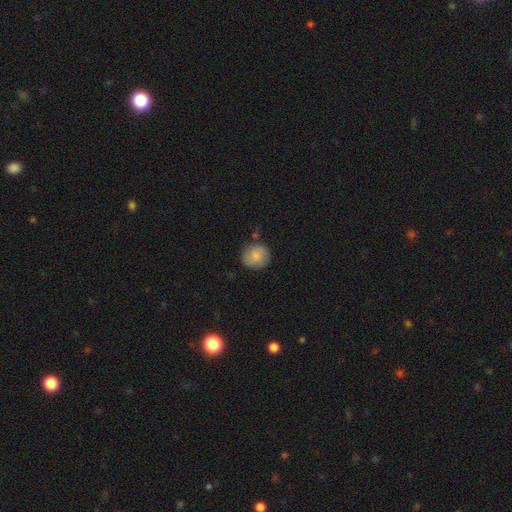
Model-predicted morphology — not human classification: smooth-or-featured: smooth: 81% | featured or disk: 12% | star or artifact: 7%
  how-rounded: round: 86% | in between: 13% | cigar-shaped: 1%
  merging: none: 78% | minor disturbance: 15% | merger: 4% | major disturbance: 4%